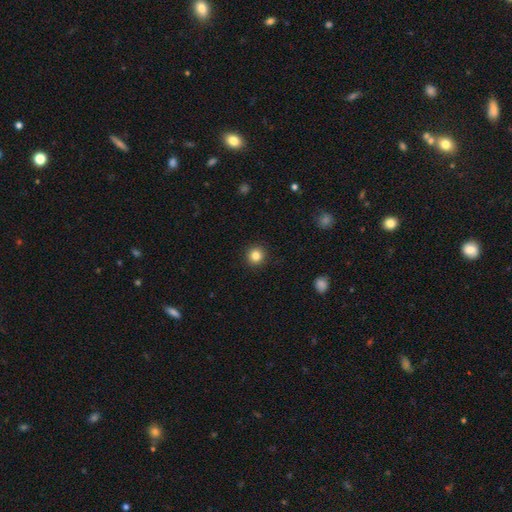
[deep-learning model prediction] This is clearly a smooth galaxy (84%). How rounded: clearly round (95%). Merging: clearly none (93%).